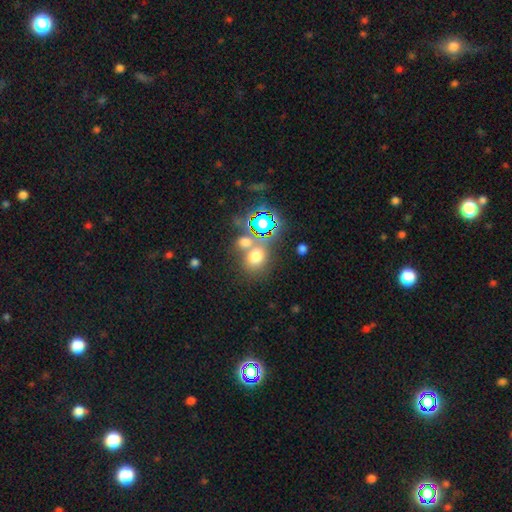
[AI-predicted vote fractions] Smooth or featured? Predicted: smooth (p=0.64). How rounded? Predicted: round (p=0.64). Merging? Predicted: none (p=0.54).